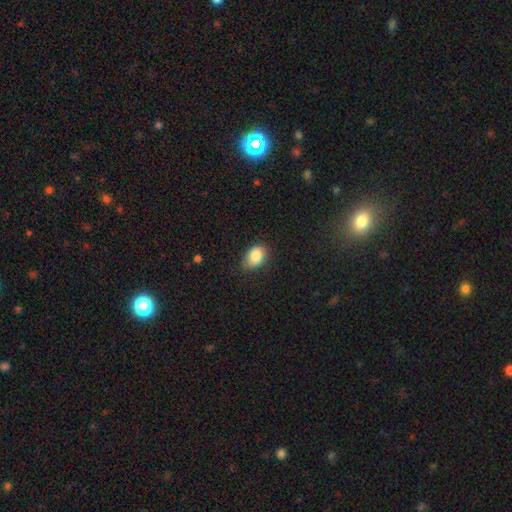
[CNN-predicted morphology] Smooth or featured?
  - smooth: 85% *
  - star or artifact: 8%
  - featured or disk: 7%
How rounded?
  - in between: 77% *
  - round: 21%
  - cigar-shaped: 1%
Merging?
  - none: 66% *
  - minor disturbance: 27%
  - major disturbance: 5%
  - merger: 1%